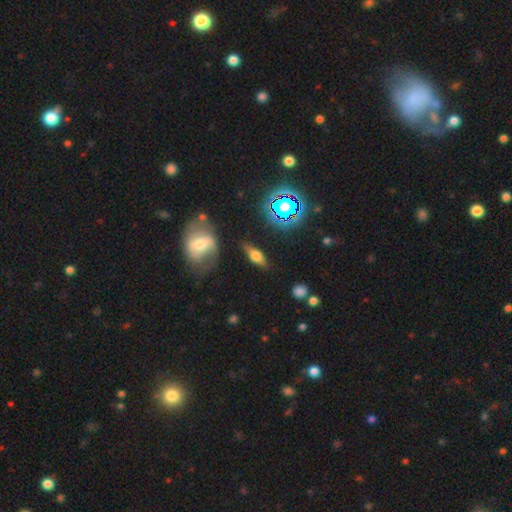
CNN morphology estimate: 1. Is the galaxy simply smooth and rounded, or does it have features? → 47% featured or disk, 40% smooth, 13% star or artifact.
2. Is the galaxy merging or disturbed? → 74% none, 16% minor disturbance, 6% major disturbance, 4% merger.